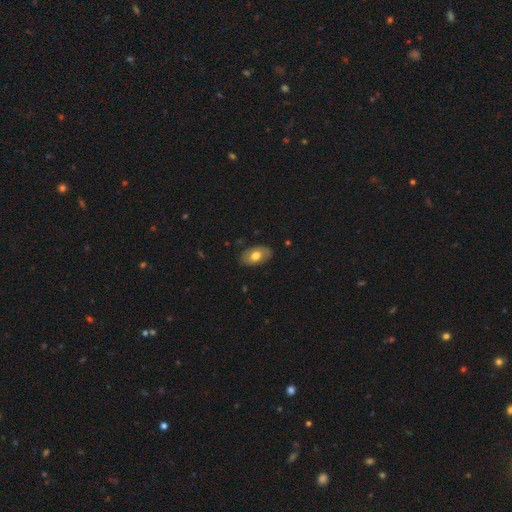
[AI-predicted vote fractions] smooth_or_featured: smooth (p=0.70) [alt: featured or disk p=0.24]
how_rounded: in between (p=0.92) [alt: round p=0.07]
merging: none (p=0.85) [alt: minor disturbance p=0.12]